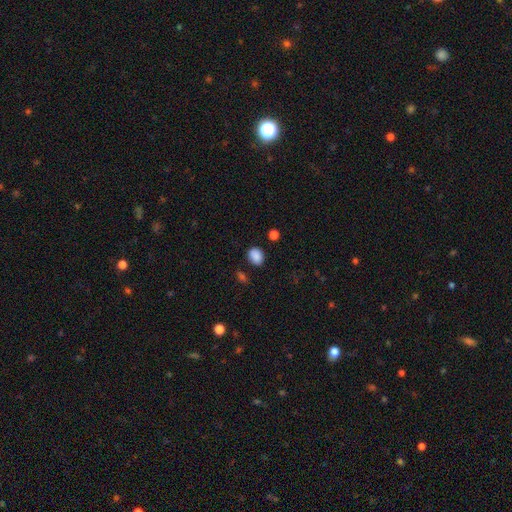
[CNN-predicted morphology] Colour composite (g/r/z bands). It shows a smooth galaxy with no disk features (87%) that is in between round and cigar-shaped (56%). Merging: none (79%).